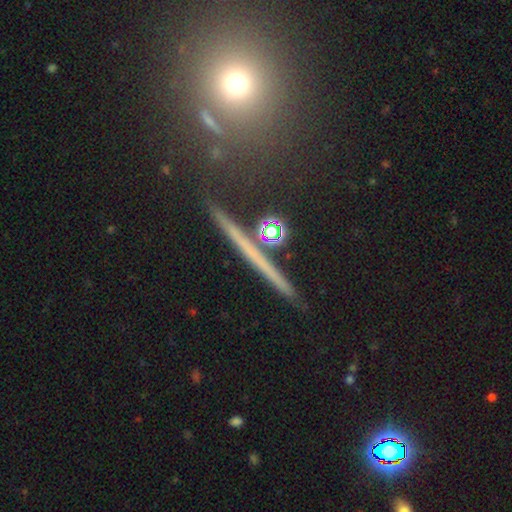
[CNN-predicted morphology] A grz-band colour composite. It shows a featured or disk galaxy (62%) viewed edge-on (96%) with no central bulge (85%). Merging: none (90%).